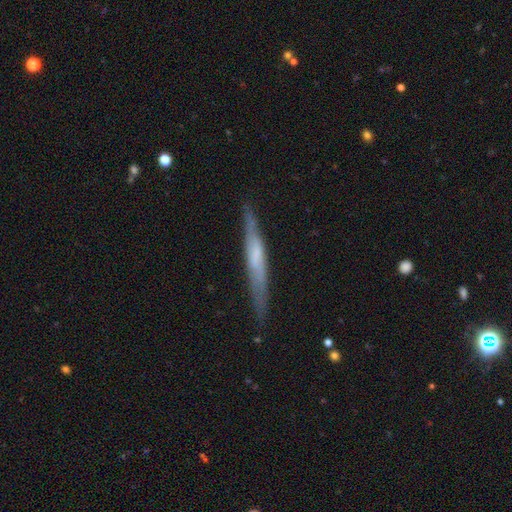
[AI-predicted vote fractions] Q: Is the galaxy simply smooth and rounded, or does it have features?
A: featured or disk — 58%.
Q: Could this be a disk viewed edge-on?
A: yes — 93%.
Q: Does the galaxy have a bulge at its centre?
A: none — 49%.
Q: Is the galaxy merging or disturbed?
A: none — 83%.